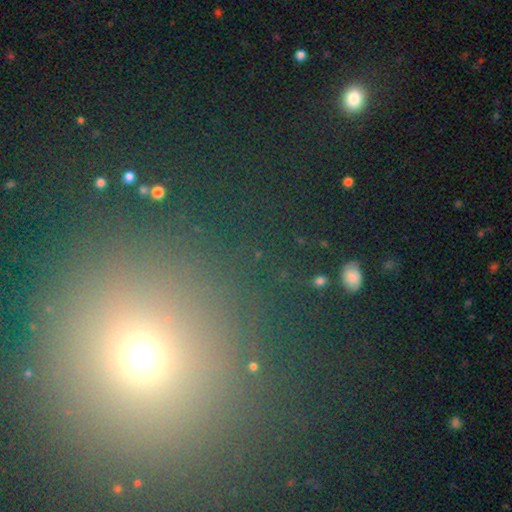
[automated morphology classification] This is possibly a star or artifact rather than a galaxy (48%).